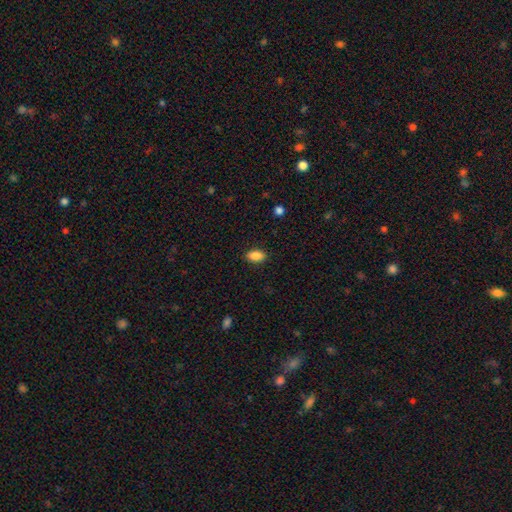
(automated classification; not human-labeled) Smooth or featured? Predicted: smooth (p=0.89). How rounded? Predicted: in between (p=0.91). Merging? Predicted: none (p=0.88).